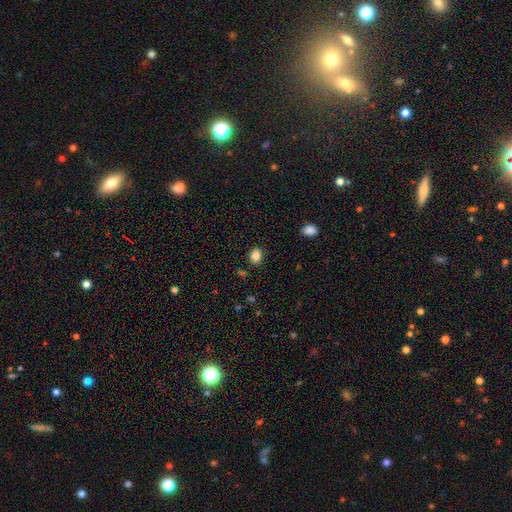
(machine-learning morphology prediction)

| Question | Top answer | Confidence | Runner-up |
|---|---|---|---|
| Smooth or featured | smooth | 85% | star or artifact (11%) |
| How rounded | in between | 57% | round (42%) |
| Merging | none | 85% | minor disturbance (10%) |